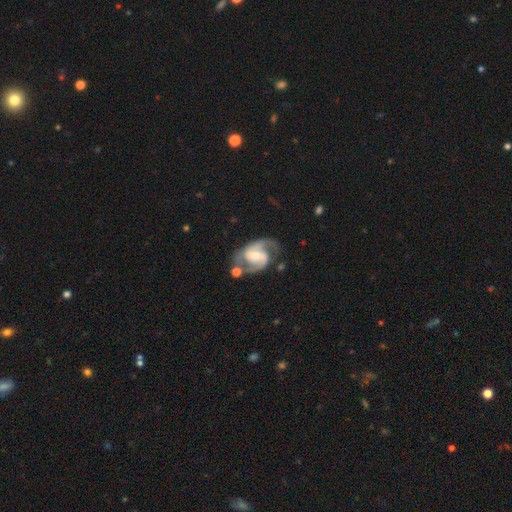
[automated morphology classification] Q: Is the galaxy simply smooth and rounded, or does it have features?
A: featured or disk — 90%.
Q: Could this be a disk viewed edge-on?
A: no — 98%.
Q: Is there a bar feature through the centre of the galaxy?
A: weak — 47%.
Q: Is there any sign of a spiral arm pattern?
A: yes — 97%.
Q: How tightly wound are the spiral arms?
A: medium — 59%.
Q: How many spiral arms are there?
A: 2 — 91%.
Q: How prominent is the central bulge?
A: moderate — 55%.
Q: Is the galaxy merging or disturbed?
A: none — 64%.